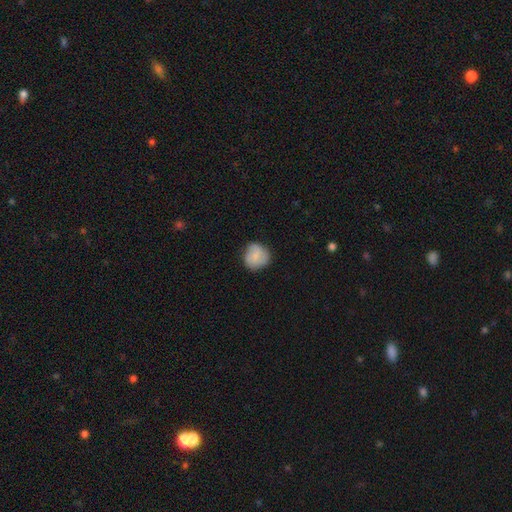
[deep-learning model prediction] Q: Smooth or featured?
A: smooth (76%); runner-up: featured or disk (17%)
Q: How rounded?
A: round (88%); runner-up: in between (11%)
Q: Merging?
A: none (78%); runner-up: minor disturbance (17%)